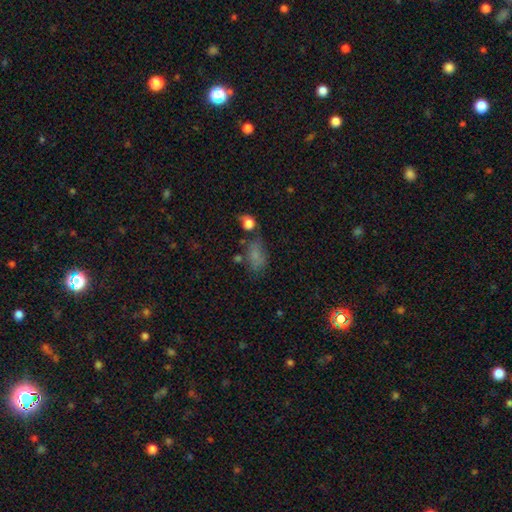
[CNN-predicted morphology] smooth 64%, featured or disk 18%, star or artifact 17%. Down the decision tree: how rounded — in between (83%); merging — none (42%).